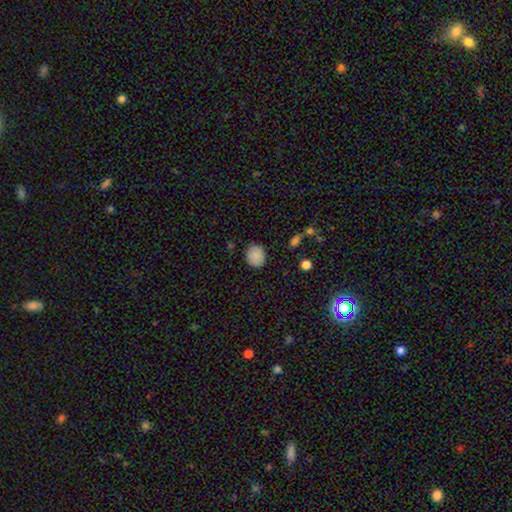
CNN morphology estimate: type=smooth (88%); roundness=round (65%); merging=none (84%).